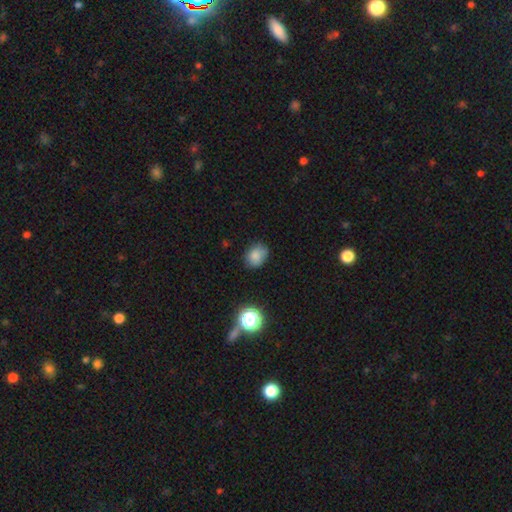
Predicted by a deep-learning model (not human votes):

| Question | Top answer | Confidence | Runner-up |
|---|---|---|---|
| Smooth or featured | smooth | 81% | star or artifact (12%) |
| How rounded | in between | 57% | round (42%) |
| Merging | none | 74% | minor disturbance (19%) |